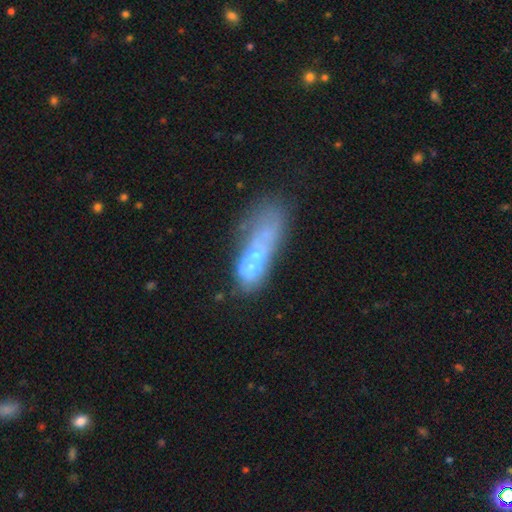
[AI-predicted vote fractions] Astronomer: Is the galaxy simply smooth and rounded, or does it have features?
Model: smooth — 45% (runner-up: featured or disk, 42%).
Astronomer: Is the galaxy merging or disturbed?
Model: merger — 58%.